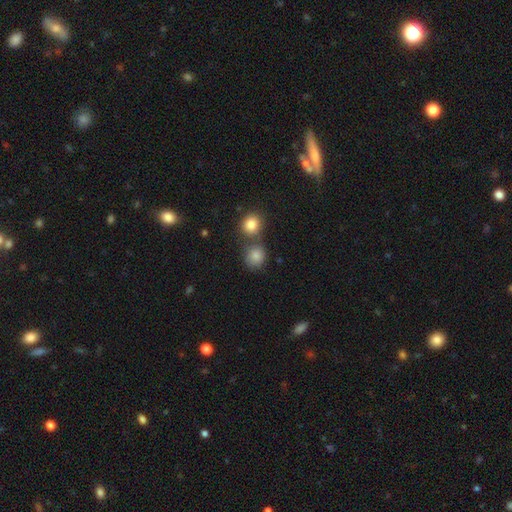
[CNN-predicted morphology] smooth 84%, star or artifact 10%, featured or disk 6%. Down the decision tree: how rounded — round (82%); merging — none (55%).